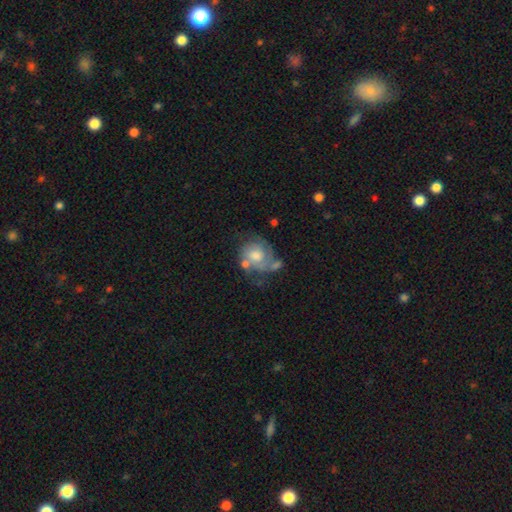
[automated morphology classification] This appears to be a featured or disk galaxy (72%) with no bar (72%), 2 (43%) tight (55%) spiral arms (87%) and a moderate central bulge (58%). Merging: none (45%).